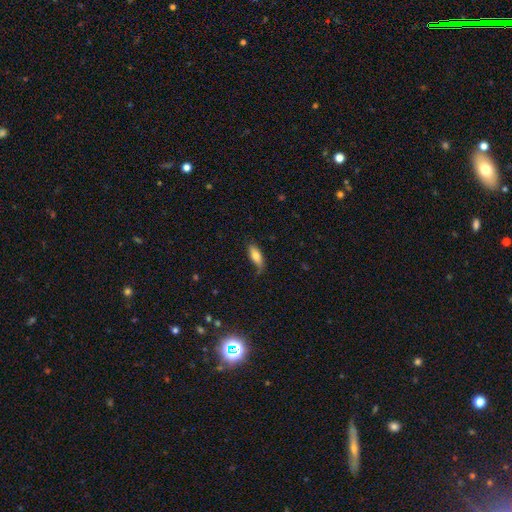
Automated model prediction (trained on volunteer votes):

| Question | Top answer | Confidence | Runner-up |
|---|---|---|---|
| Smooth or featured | smooth | 77% | featured or disk (16%) |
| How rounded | in between | 70% | cigar-shaped (28%) |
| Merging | none | 73% | minor disturbance (22%) |